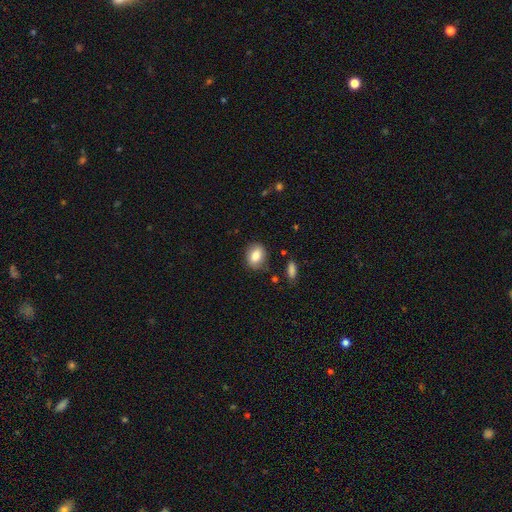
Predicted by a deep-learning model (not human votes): A smooth galaxy with no disk features (81%) that is in between round and cigar-shaped (66%). Merging: none (82%).